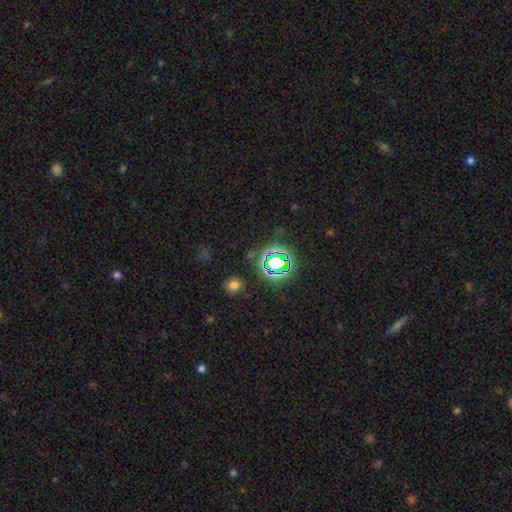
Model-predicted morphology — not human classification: A star or artifact, not a galaxy (71%).

Vote fractions:
- Smooth or featured? star or artifact: 71% / smooth: 21% / featured or disk: 8%